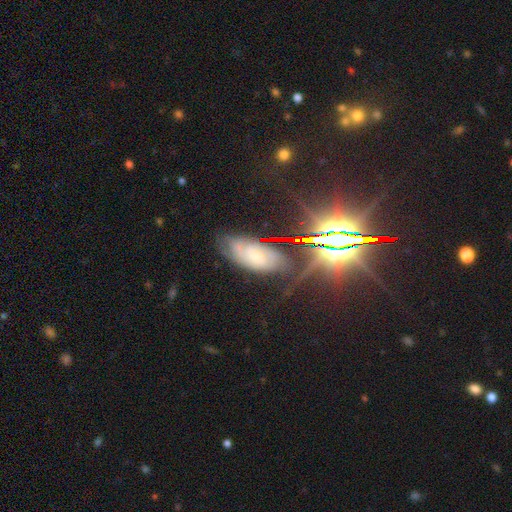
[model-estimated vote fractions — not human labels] Overall: featured or disk (56%; star or artifact 26%). Edge-on disk: no (90%). Merging: none (67%).